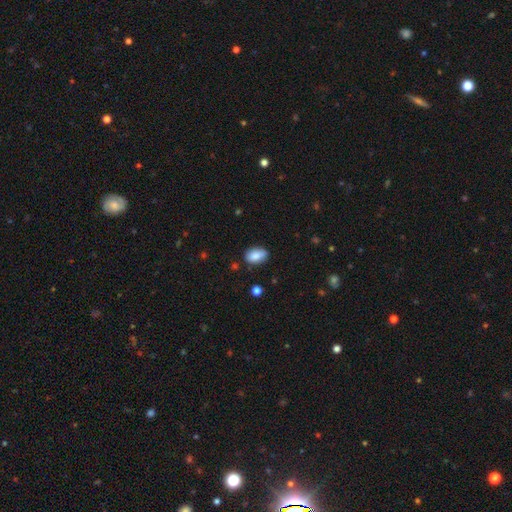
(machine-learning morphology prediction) This appears to be a smooth galaxy with no disk features (85%) that is in between round and cigar-shaped (90%). Merging: none (80%).